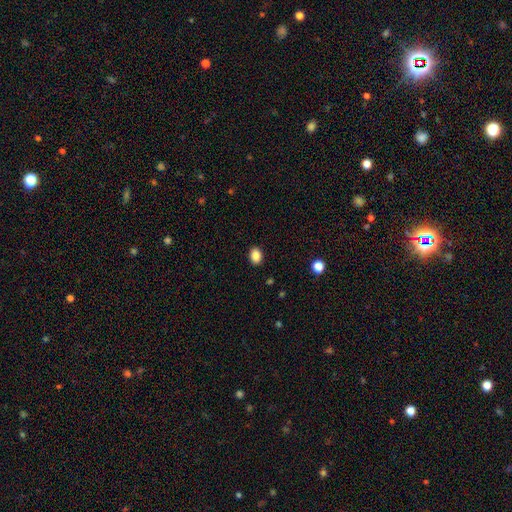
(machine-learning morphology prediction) Smooth or featured: smooth — 87% (star or artifact — 9%)
How rounded: in between — 68% (round — 31%)
Merging: none — 90% (minor disturbance — 7%)